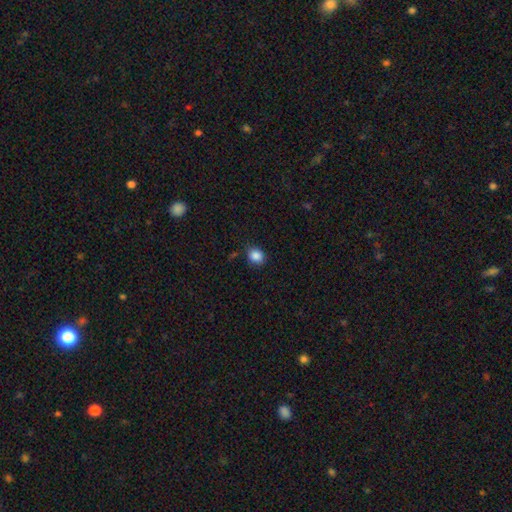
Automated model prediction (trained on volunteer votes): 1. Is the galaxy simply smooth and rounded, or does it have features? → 87% smooth, 10% star or artifact, 3% featured or disk.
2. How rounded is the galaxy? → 65% round, 34% in between, 1% cigar-shaped.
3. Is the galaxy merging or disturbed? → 80% none, 15% minor disturbance, 3% major disturbance, 2% merger.